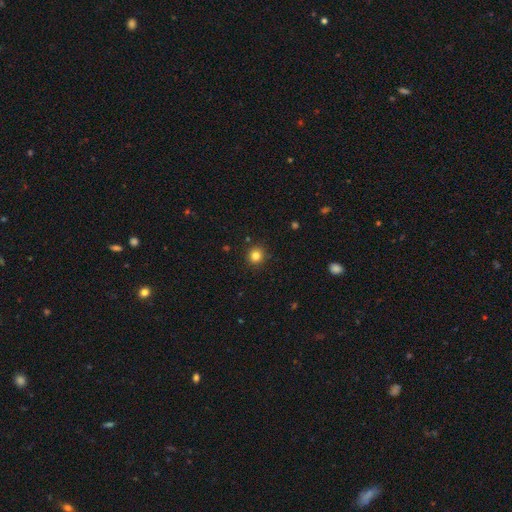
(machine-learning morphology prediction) smooth_or_featured: smooth (p=0.81) [alt: star or artifact p=0.13]
how_rounded: round (p=0.92) [alt: in between p=0.07]
merging: none (p=0.90) [alt: minor disturbance p=0.06]